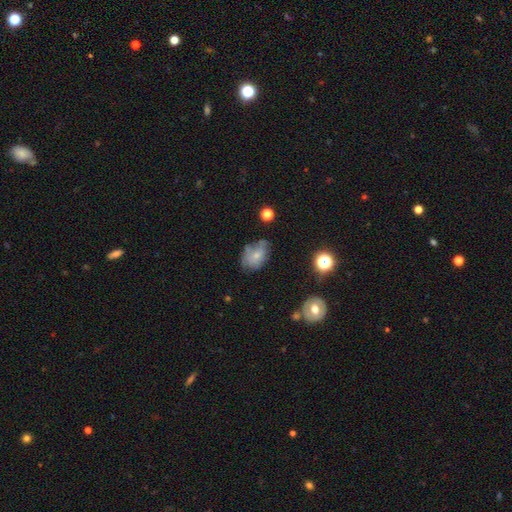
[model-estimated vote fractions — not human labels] Overall: smooth (57%; featured or disk 32%). How rounded: in between (78%). Merging: none (49%; minor disturbance 32%).